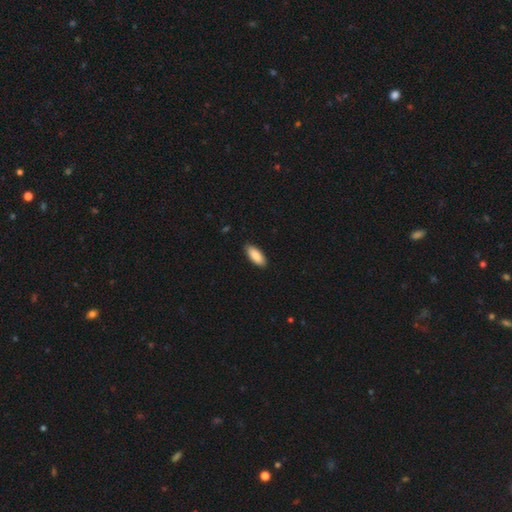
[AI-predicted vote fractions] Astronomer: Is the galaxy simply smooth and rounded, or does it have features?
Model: smooth — 89%.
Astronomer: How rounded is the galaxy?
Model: in between — 82%.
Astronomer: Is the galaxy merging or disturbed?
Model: none — 88%.